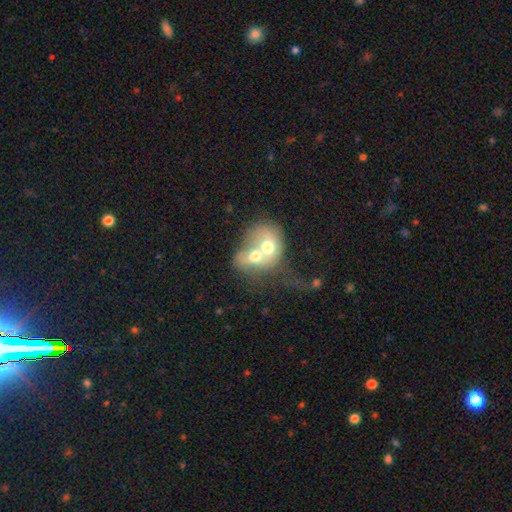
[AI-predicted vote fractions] Smooth or featured? Predicted: smooth (p=0.56). How rounded? Predicted: round (p=0.50). Merging? Predicted: merger (p=0.80).